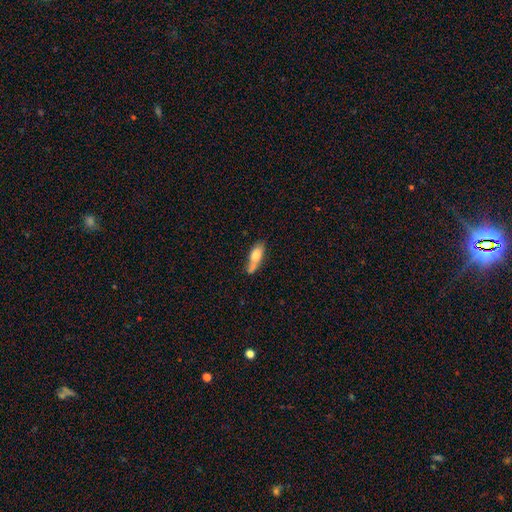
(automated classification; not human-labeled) Morphology: type=smooth (74%); roundness=in between (66%); merging=none (42%).